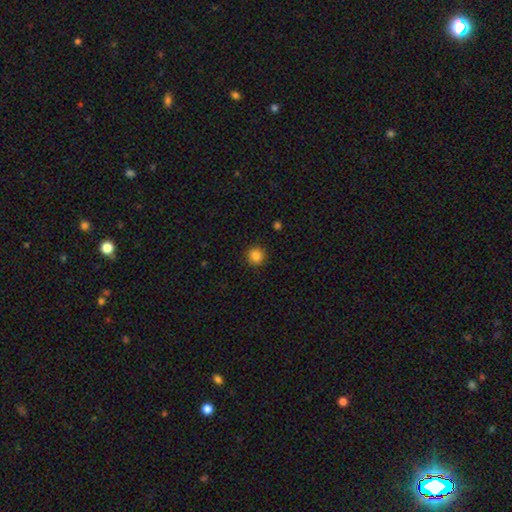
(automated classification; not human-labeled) smooth_or_featured: smooth (p=0.86) [alt: star or artifact p=0.11]
how_rounded: round (p=0.93) [alt: in between p=0.06]
merging: none (p=0.91) [alt: minor disturbance p=0.06]